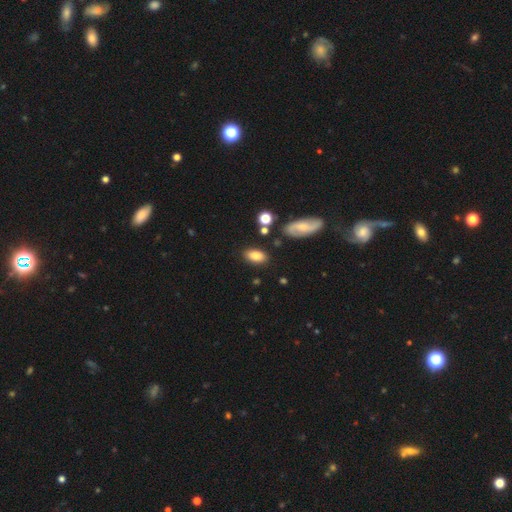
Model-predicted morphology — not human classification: A smooth galaxy with no disk features (79%) that is in between round and cigar-shaped (88%).

Vote fractions:
- Smooth or featured? smooth: 79% / featured or disk: 13% / star or artifact: 9%
- How rounded? in between: 88% / round: 7% / cigar-shaped: 4%
- Merging? none: 81% / minor disturbance: 12% / merger: 4% / major disturbance: 3%